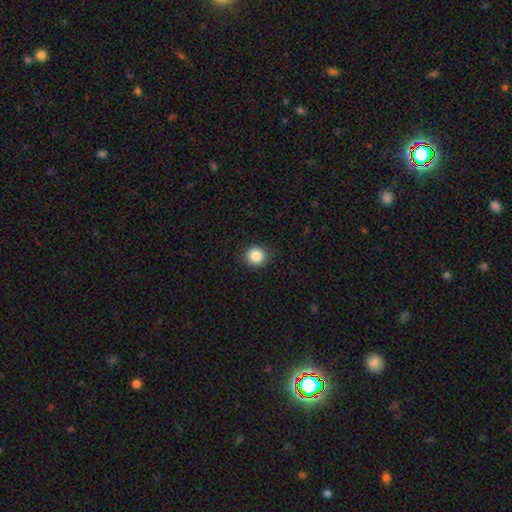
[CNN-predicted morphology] The model was most divided on "smooth or featured": smooth: 86%, star or artifact: 10%, featured or disk: 4%. More confident: how rounded — round (93%); merging — none (91%).